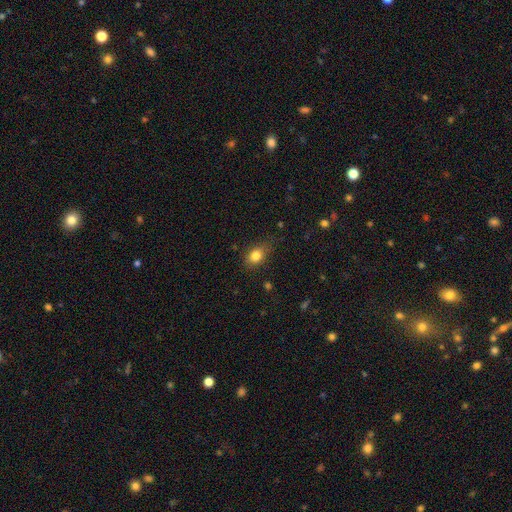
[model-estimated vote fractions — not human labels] Smooth or featured?
  - smooth: 83% *
  - star or artifact: 10%
  - featured or disk: 7%
How rounded?
  - in between: 71% *
  - round: 27%
  - cigar-shaped: 2%
Merging?
  - none: 70% *
  - minor disturbance: 23%
  - major disturbance: 6%
  - merger: 2%